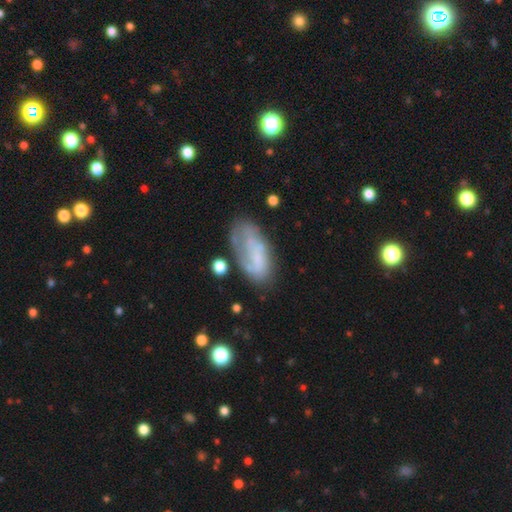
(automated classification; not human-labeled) smooth_or_featured: featured or disk (p=0.47) [alt: smooth p=0.44]
merging: none (p=0.47) [alt: minor disturbance p=0.27]